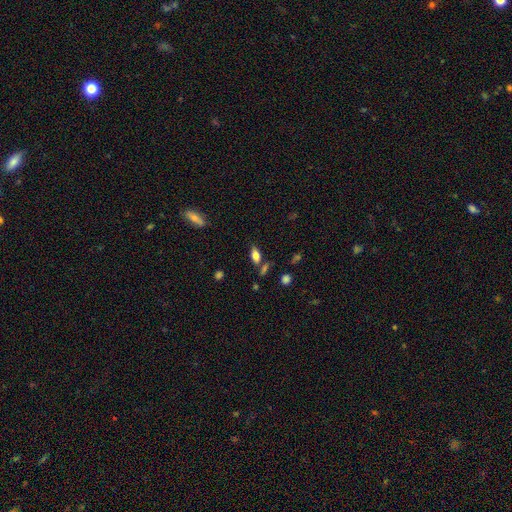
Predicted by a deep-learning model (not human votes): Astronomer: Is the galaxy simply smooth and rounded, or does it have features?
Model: smooth — 69%.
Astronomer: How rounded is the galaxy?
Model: in between — 82%.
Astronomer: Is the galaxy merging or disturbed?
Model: none — 72%.